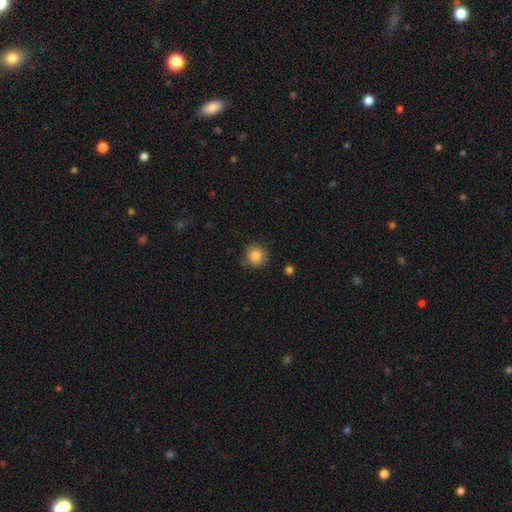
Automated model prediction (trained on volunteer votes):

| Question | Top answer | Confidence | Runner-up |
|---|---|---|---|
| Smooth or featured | smooth | 87% | star or artifact (9%) |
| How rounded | round | 93% | in between (6%) |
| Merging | none | 85% | minor disturbance (11%) |